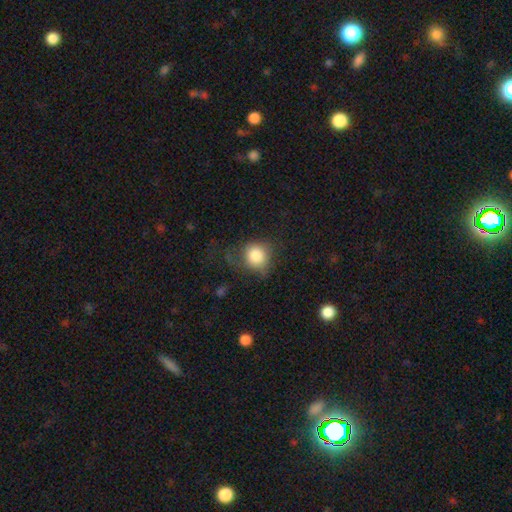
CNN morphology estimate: smooth_or_featured: smooth (p=0.82) [alt: featured or disk p=0.09]
how_rounded: round (p=0.80) [alt: in between p=0.19]
merging: none (p=0.49) [alt: minor disturbance p=0.27]